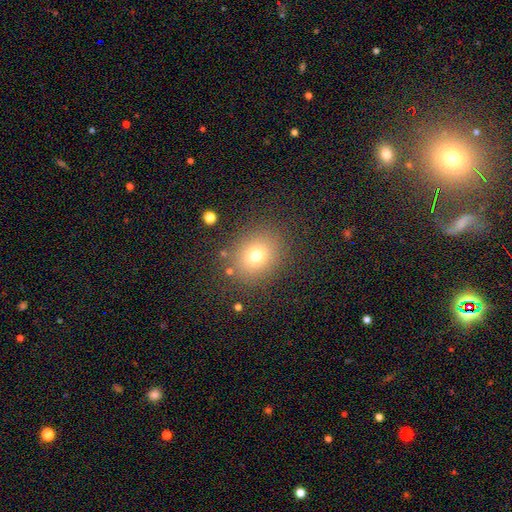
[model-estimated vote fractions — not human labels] Overall: smooth (73%). How rounded: round (63%; in between 36%). Merging: none (84%).